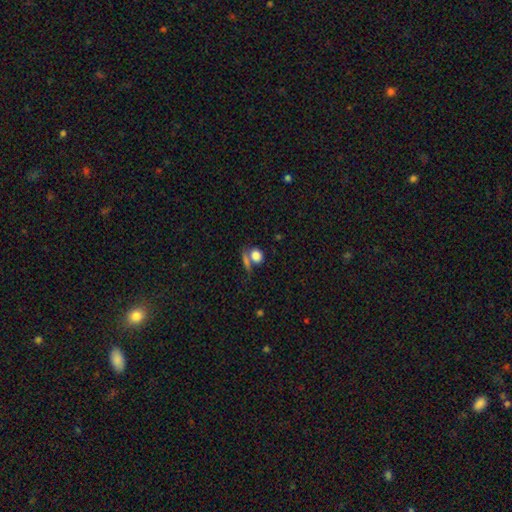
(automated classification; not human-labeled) Smooth or featured?
  - smooth: 80% *
  - star or artifact: 12%
  - featured or disk: 8%
How rounded?
  - round: 57% *
  - in between: 39%
  - cigar-shaped: 4%
Merging?
  - none: 52% *
  - merger: 31%
  - minor disturbance: 11%
  - major disturbance: 7%